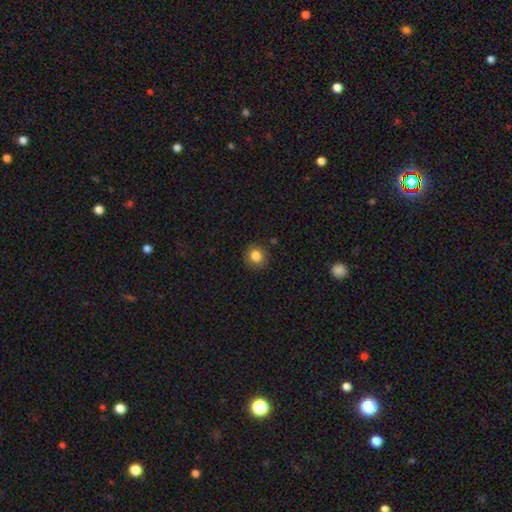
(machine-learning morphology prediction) A smooth galaxy with no disk features (83%) that is round (89%).

Vote fractions:
- Smooth or featured? smooth: 83% / star or artifact: 10% / featured or disk: 7%
- How rounded? round: 89% / in between: 11% / cigar-shaped: 1%
- Merging? none: 90% / minor disturbance: 7% / major disturbance: 2% / merger: 1%